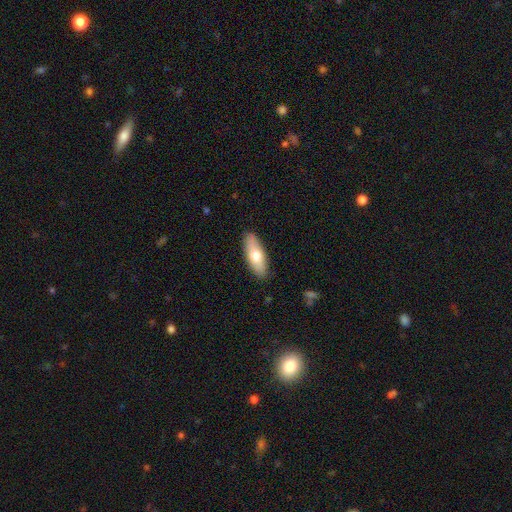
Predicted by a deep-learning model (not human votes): Overall: smooth (68%). How rounded: in between (66%; cigar-shaped 31%). Merging: none (88%).